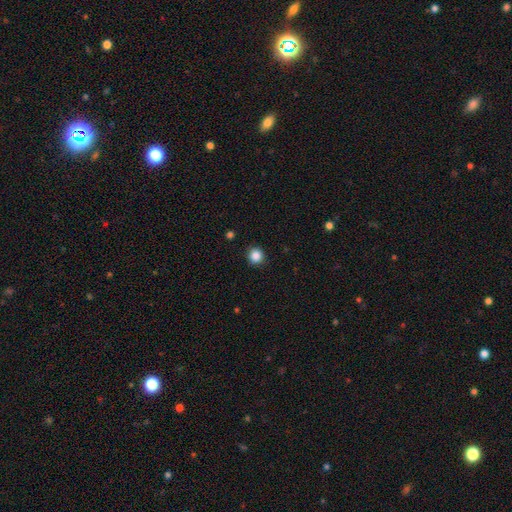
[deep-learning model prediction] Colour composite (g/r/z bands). It shows a smooth galaxy with no disk features (87%) that is round (92%). Merging: none (91%).